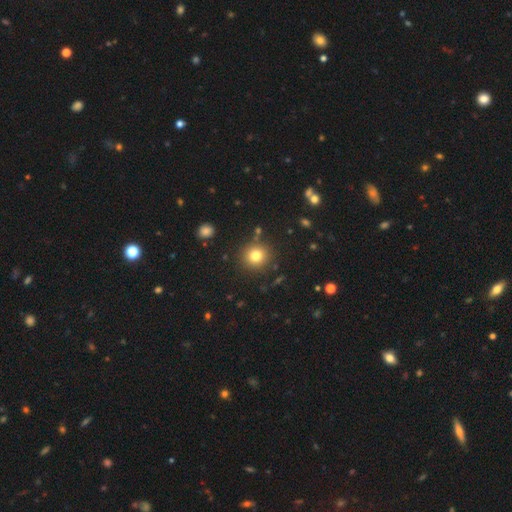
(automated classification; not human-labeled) Q: Smooth or featured?
A: smooth (79%); runner-up: star or artifact (13%)
Q: How rounded?
A: round (90%); runner-up: in between (9%)
Q: Merging?
A: none (87%); runner-up: minor disturbance (7%)